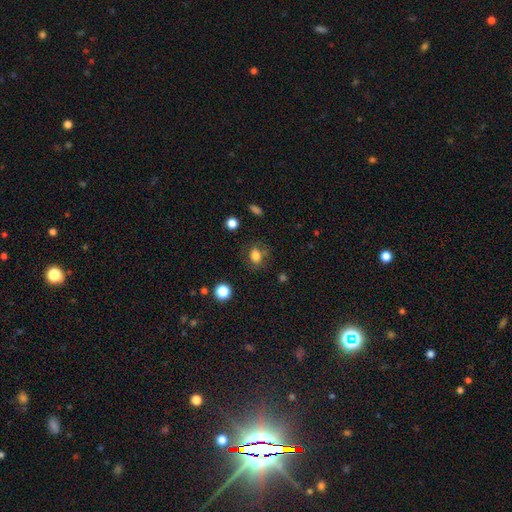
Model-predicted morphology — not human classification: smooth 77%, star or artifact 12%, featured or disk 11%. Down the decision tree: how rounded — in between (55%); merging — none (70%).